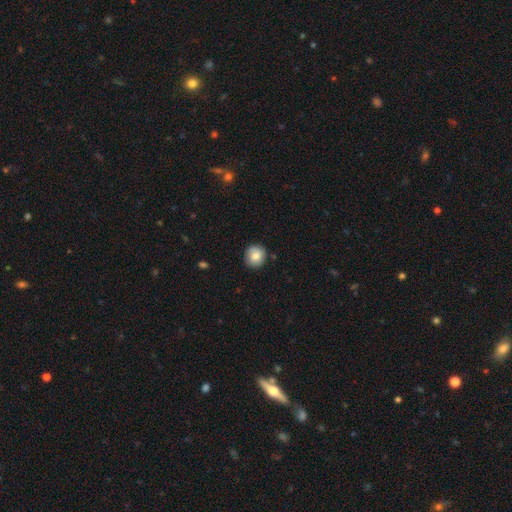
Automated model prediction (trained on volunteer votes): Overall: smooth (79%). How rounded: round (90%). Merging: none (84%).